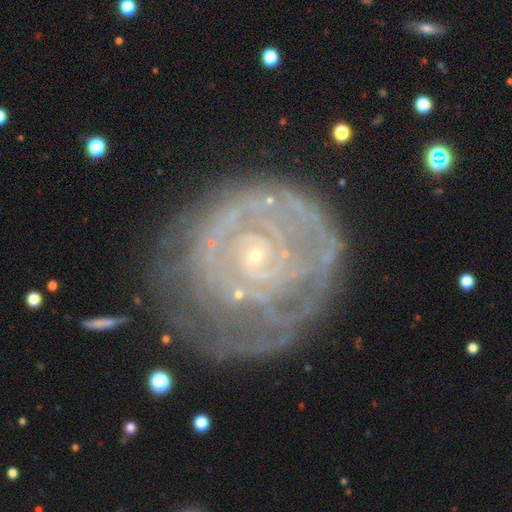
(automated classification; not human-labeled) featured or disk 77%, smooth 15%, star or artifact 8%. Down the decision tree: edge-on disk — no (97%); bar — no (81%); spiral arms — yes (71%); spiral arm count — can't tell (54%); spiral winding — tight (77%); bulge size — small (84%); merging — none (58%).